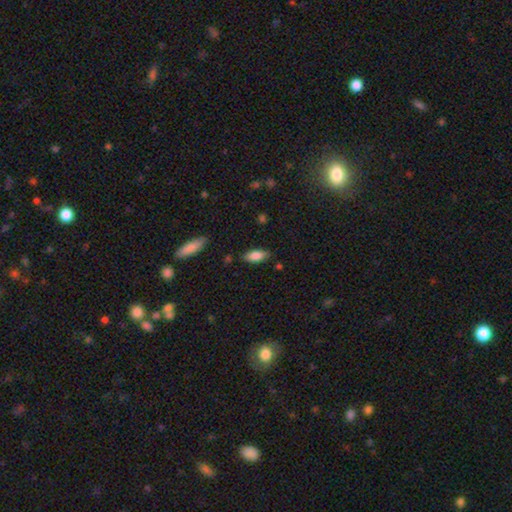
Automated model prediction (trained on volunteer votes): The model was most divided on "how rounded": in between: 80%, cigar-shaped: 17%, round: 2%. More confident: merging — none (82%); smooth or featured — smooth (81%).